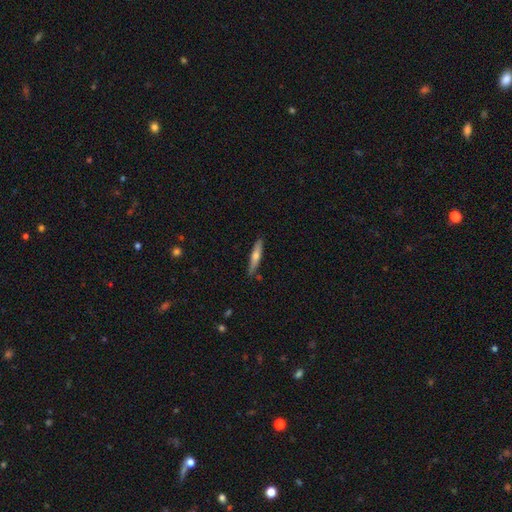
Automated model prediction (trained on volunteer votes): The model was most divided on "smooth or featured": featured or disk: 48%, smooth: 47%, star or artifact: 6%. More confident: merging — none (87%).